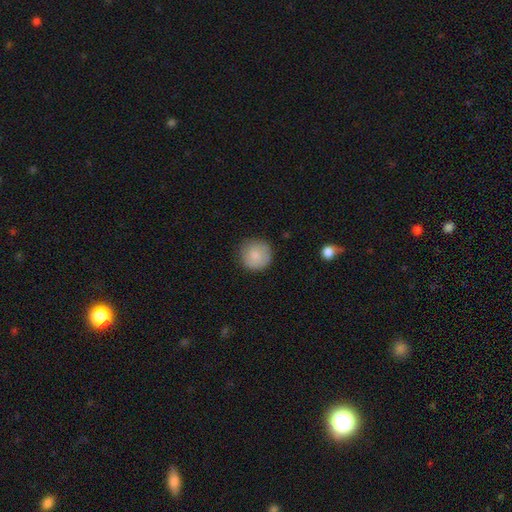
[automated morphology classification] type=smooth (84%); roundness=round (95%); merging=none (84%).